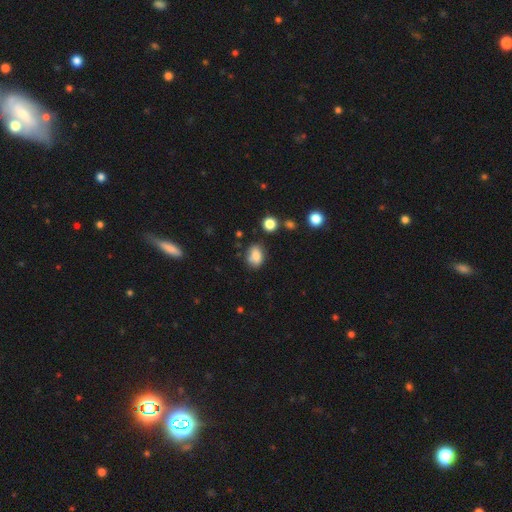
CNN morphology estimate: Smooth or featured: smooth — 77% (featured or disk — 12%)
How rounded: in between — 70% (round — 28%)
Merging: none — 64% (minor disturbance — 21%)